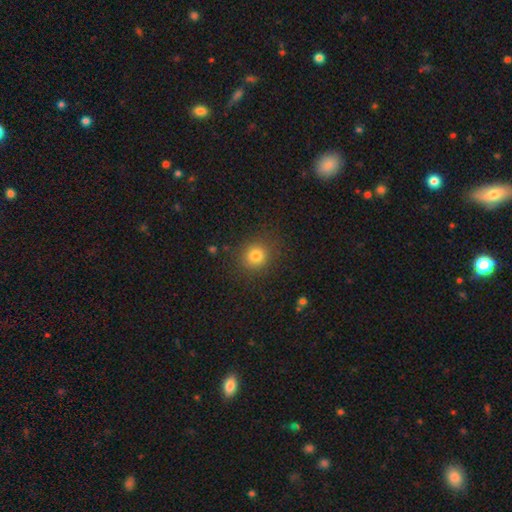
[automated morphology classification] Q: Smooth or featured?
A: smooth (81%); runner-up: star or artifact (13%)
Q: How rounded?
A: round (88%); runner-up: in between (11%)
Q: Merging?
A: none (86%); runner-up: minor disturbance (9%)